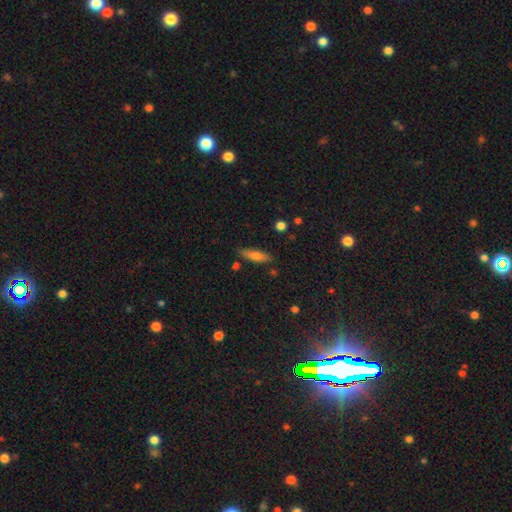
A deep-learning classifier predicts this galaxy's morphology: smooth_or_featured: smooth (p=0.72) [alt: featured or disk p=0.20]
how_rounded: cigar-shaped (p=0.60) [alt: in between p=0.38]
merging: none (p=0.81) [alt: minor disturbance p=0.13]